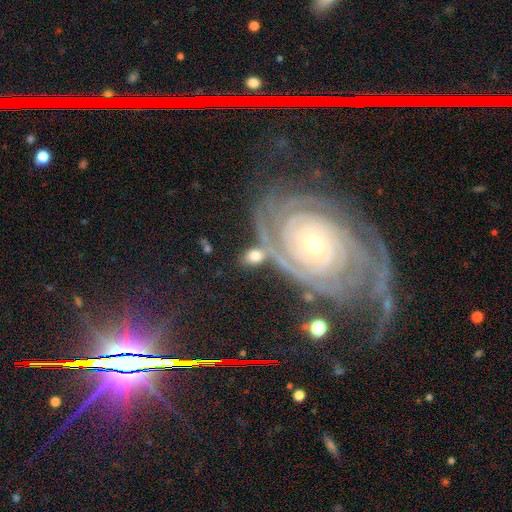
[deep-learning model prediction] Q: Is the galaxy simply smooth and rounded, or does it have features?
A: smooth — 54%.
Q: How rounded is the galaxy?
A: in between — 69%.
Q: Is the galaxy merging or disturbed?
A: none — 53%.